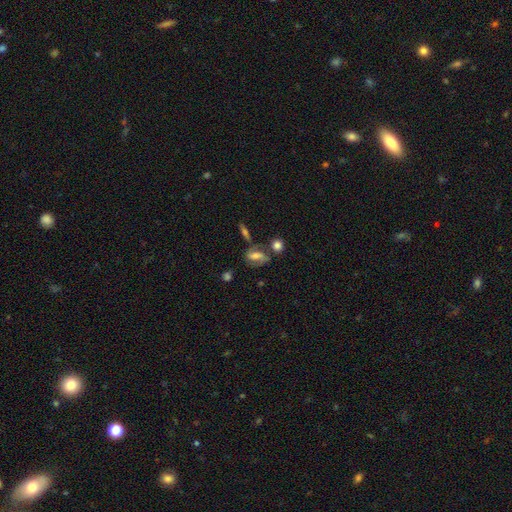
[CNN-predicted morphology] smooth-or-featured: featured or disk: 53% | smooth: 37% | star or artifact: 11%
  disk-edge-on: no: 91% | yes: 9%
  merging: none: 58% | minor disturbance: 19% | merger: 13% | major disturbance: 10%